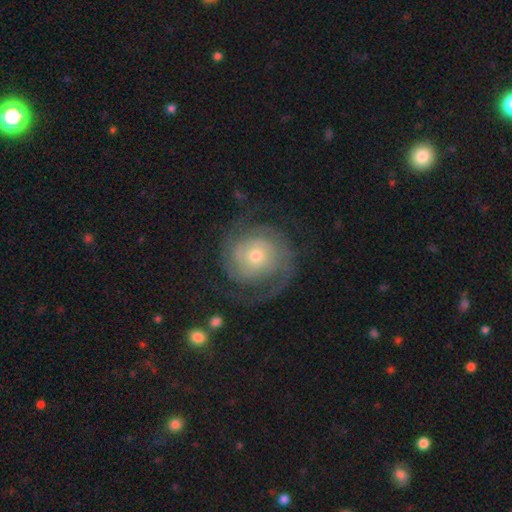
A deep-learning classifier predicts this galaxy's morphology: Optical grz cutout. It shows a featured or disk galaxy (85%) with no bar (76%), 2 (55%) tight (60%) spiral arms (96%) and a small central bulge (52%). Merging: none (73%).